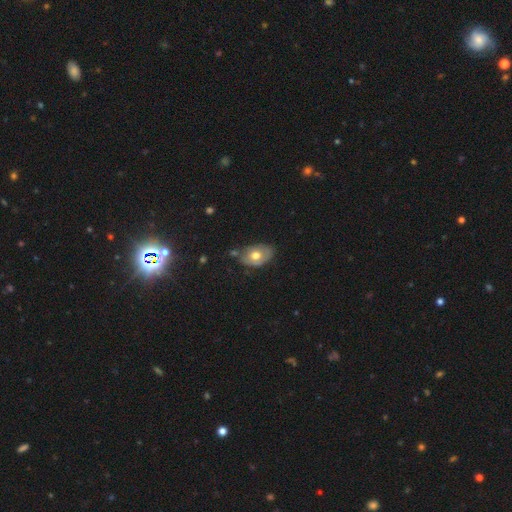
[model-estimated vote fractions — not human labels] Morphology: type=smooth (63%); roundness=in between (85%); merging=none (59%).